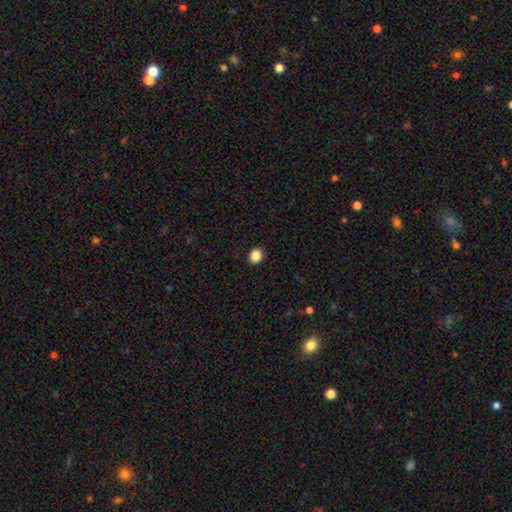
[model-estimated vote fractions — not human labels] Smooth or featured: smooth — 87% (star or artifact — 10%)
How rounded: round — 74% (in between — 25%)
Merging: none — 92% (minor disturbance — 6%)